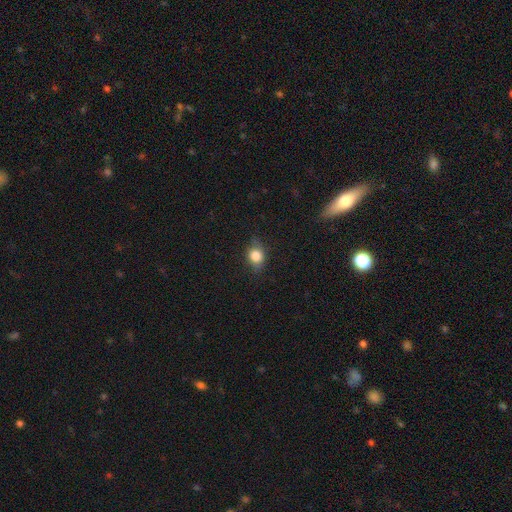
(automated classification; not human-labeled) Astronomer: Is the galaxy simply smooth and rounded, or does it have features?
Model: smooth — 78%.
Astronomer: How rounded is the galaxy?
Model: round — 50% (runner-up: in between, 48%).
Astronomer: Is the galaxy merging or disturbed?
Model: none — 74%.